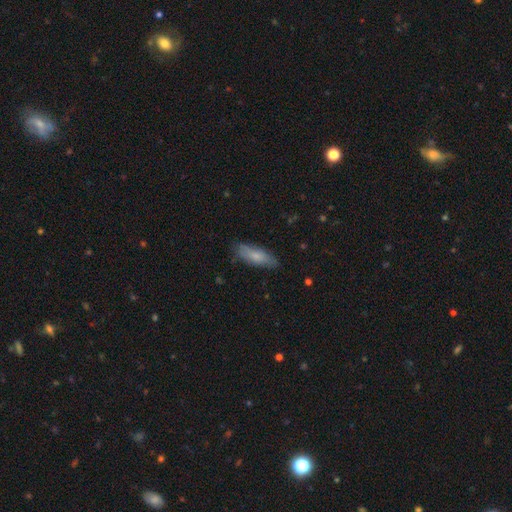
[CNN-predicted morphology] Q: Smooth or featured?
A: smooth (74%); runner-up: featured or disk (20%)
Q: How rounded?
A: in between (58%); runner-up: cigar-shaped (40%)
Q: Merging?
A: none (78%); runner-up: minor disturbance (18%)